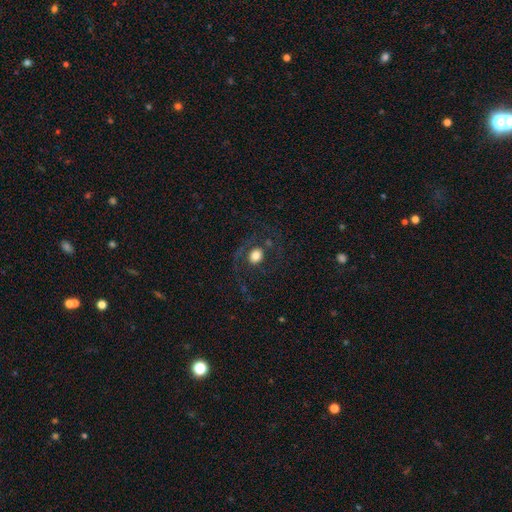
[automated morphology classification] smooth-or-featured: smooth: 55% | featured or disk: 33% | star or artifact: 12%
  how-rounded: round: 57% | in between: 42% | cigar-shaped: 1%
  merging: none: 67% | major disturbance: 17% | minor disturbance: 14% | merger: 2%